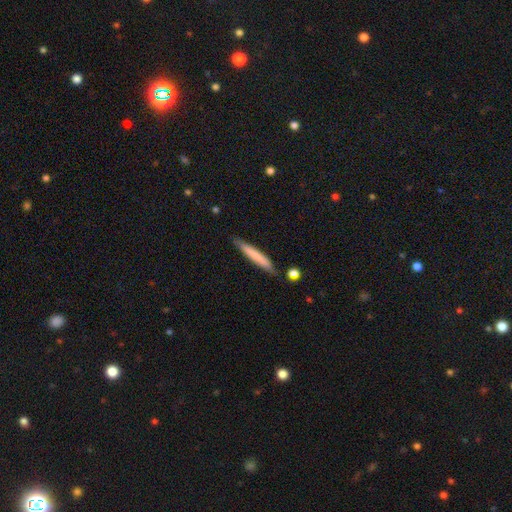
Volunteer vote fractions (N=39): This appears to be a smooth galaxy with no disk features (69%) that is cigar-shaped (100%). Merging: none (94%).